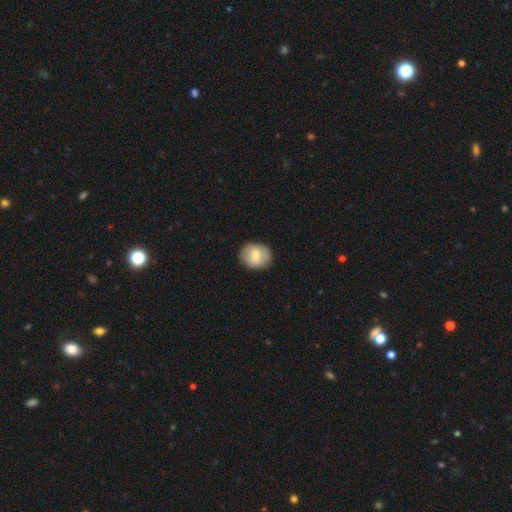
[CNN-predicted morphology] type=smooth (61%); roundness=round (74%); merging=none (86%).